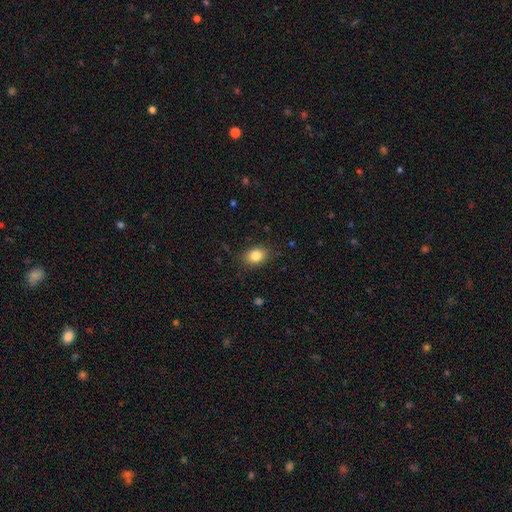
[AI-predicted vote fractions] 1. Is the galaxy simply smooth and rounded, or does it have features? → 84% smooth, 9% star or artifact, 7% featured or disk.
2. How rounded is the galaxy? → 70% in between, 28% round, 1% cigar-shaped.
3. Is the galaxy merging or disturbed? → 84% none, 12% minor disturbance, 3% major disturbance, 1% merger.